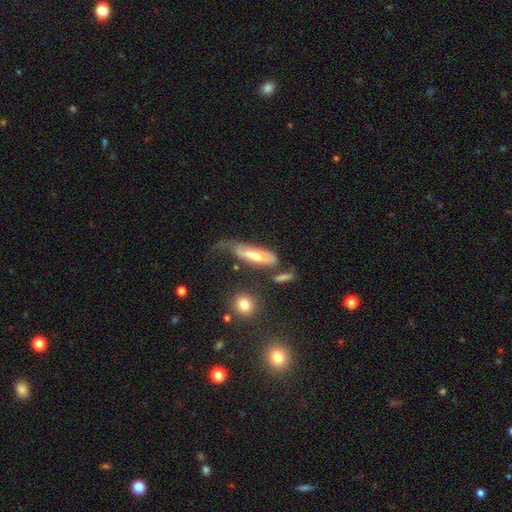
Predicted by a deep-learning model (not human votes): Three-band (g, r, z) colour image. It shows a featured or disk galaxy (49%). Merging: major disturbance (37%).